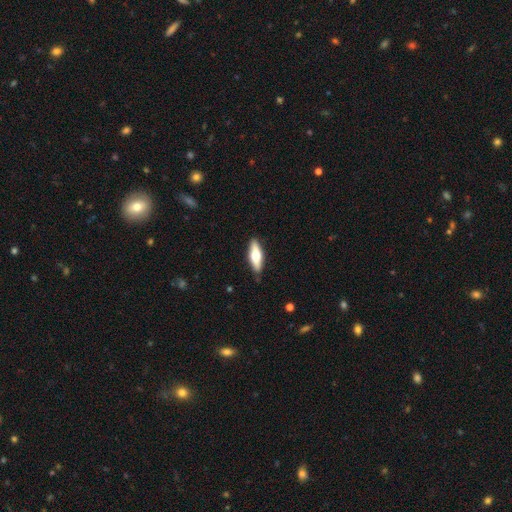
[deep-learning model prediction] Overall: smooth (52%; featured or disk 42%). How rounded: in between (50%; cigar-shaped 48%). Merging: none (88%).